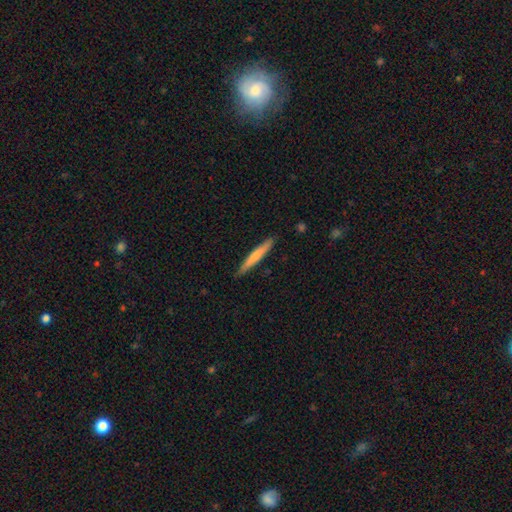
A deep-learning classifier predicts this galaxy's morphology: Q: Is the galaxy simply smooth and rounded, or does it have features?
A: smooth — 63%.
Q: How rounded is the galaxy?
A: cigar-shaped — 95%.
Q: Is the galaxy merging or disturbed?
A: none — 89%.